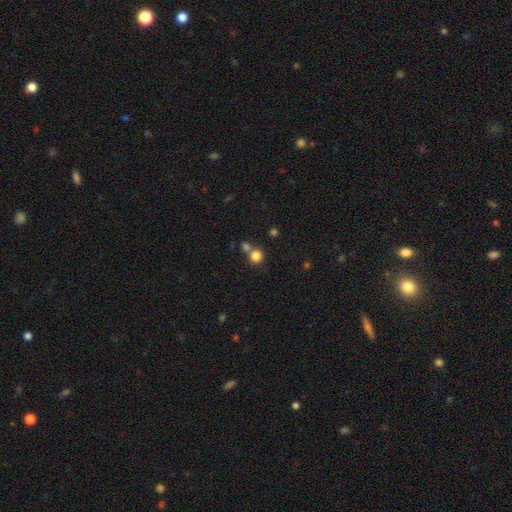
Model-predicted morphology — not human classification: This appears to be a smooth galaxy with no disk features (83%) that is round (85%). Merging: none (59%).